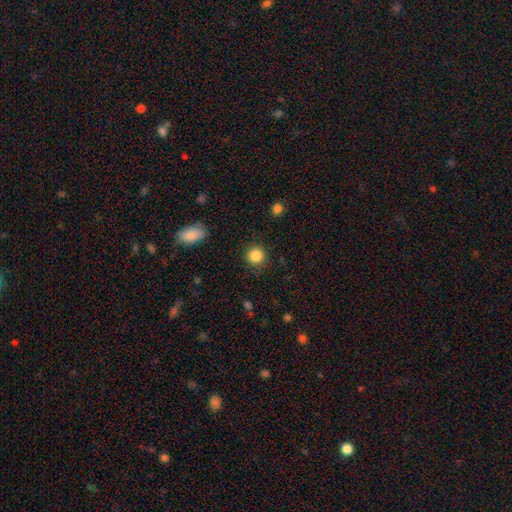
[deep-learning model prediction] smooth_or_featured: smooth (p=0.86) [alt: star or artifact p=0.10]
how_rounded: round (p=0.92) [alt: in between p=0.07]
merging: none (p=0.88) [alt: minor disturbance p=0.08]